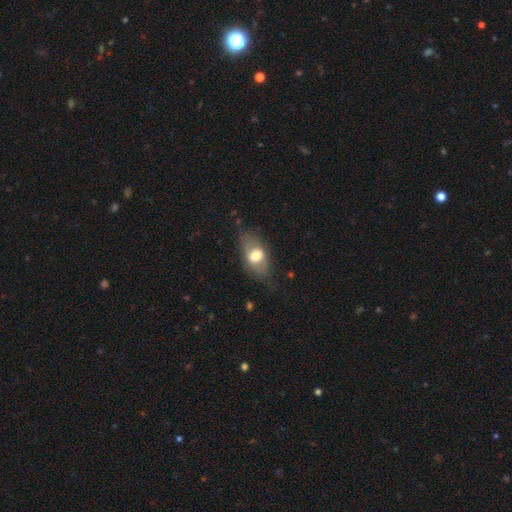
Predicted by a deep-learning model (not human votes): This is likely a smooth galaxy (60%). How rounded: clearly in between (86%). Merging: likely none (71%).